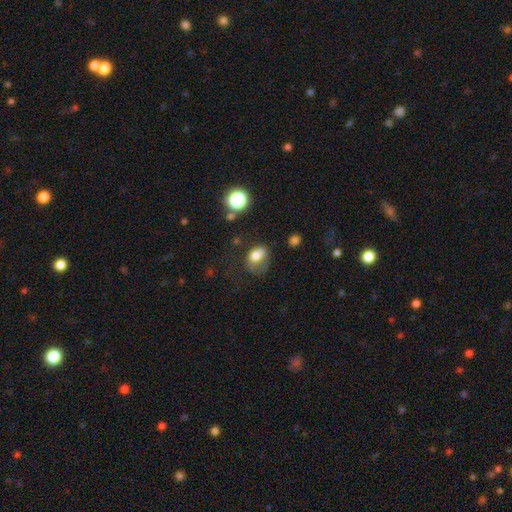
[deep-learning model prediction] smooth_or_featured: smooth (p=0.72) [alt: featured or disk p=0.17]
how_rounded: in between (p=0.69) [alt: round p=0.30]
merging: major disturbance (p=0.35) [alt: minor disturbance p=0.31]